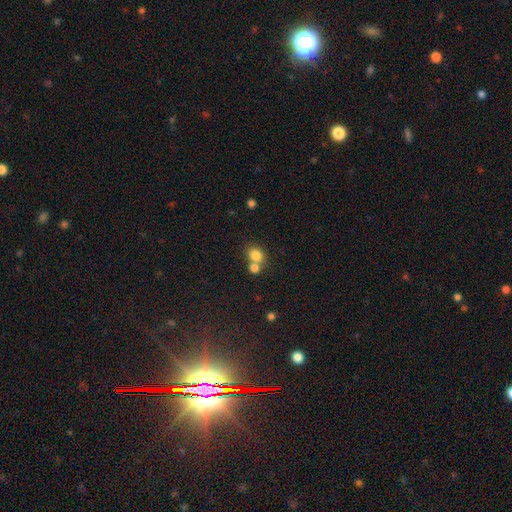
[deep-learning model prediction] A smooth galaxy with no disk features (80%) that is round (66%).

Vote fractions:
- Smooth or featured? smooth: 80% / star or artifact: 11% / featured or disk: 8%
- How rounded? round: 66% / in between: 33% / cigar-shaped: 1%
- Merging? none: 46% / merger: 44% / minor disturbance: 8% / major disturbance: 3%